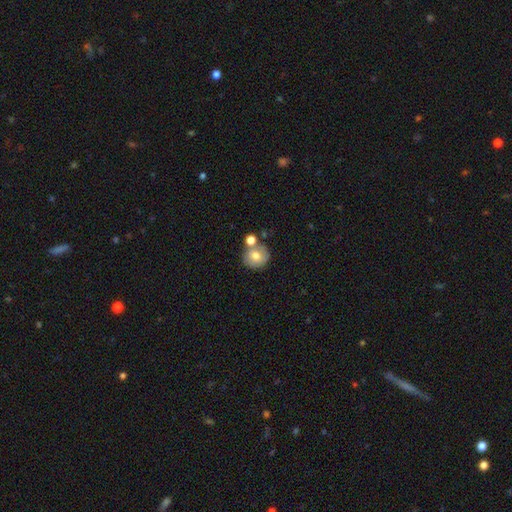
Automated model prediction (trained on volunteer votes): Smooth or featured? smooth (71%)
How rounded? round (84%)
Merging? none (58%)